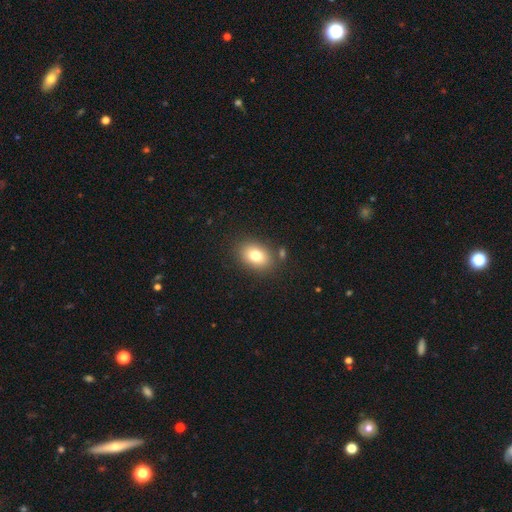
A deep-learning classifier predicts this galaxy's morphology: The model was most divided on "how rounded": in between: 76%, round: 23%, cigar-shaped: 1%. More confident: merging — none (82%); smooth or featured — smooth (80%).